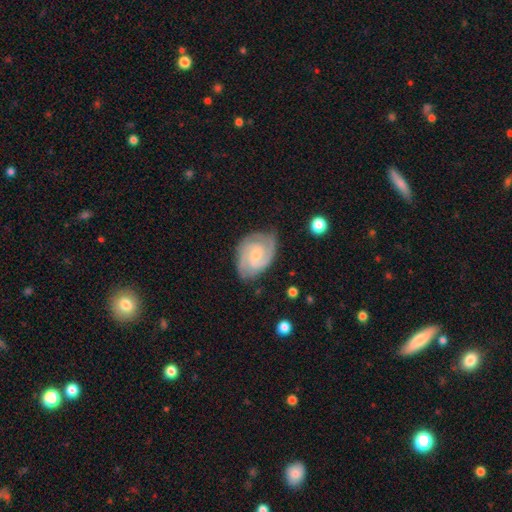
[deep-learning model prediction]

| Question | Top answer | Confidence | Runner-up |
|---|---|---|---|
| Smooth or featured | featured or disk | 88% | smooth (8%) |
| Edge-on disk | no | 98% | yes (2%) |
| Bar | weak | 46% | tied: no (46%) |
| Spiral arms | yes | 98% | no (2%) |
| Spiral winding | tight | 55% | medium (39%) |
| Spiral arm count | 2 | 75% | 3 (13%) |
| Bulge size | small | 56% | moderate (32%) |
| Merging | none | 76% | minor disturbance (18%) |